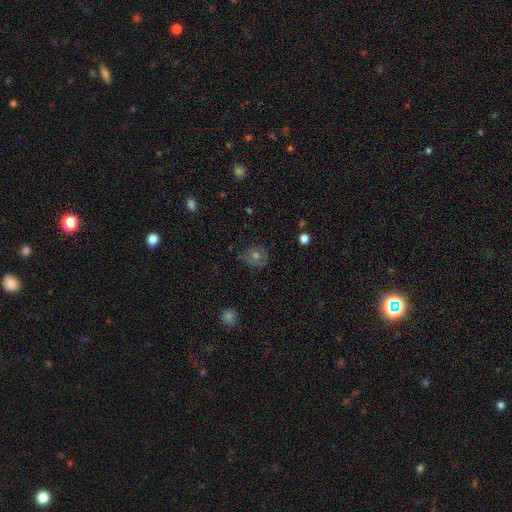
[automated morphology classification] Smooth or featured? smooth (54%)
How rounded? round (77%)
Merging? none (68%)